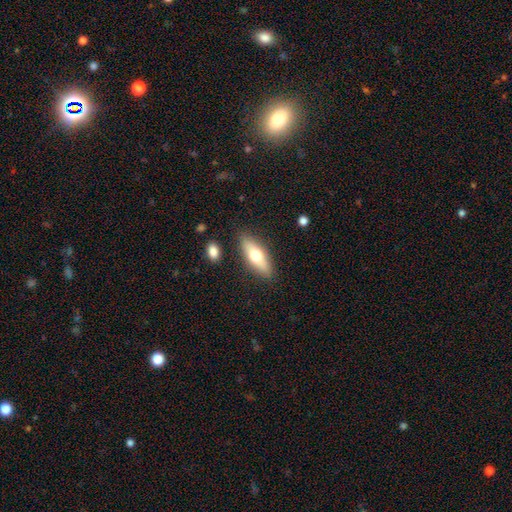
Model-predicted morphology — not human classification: Smooth or featured? smooth (58%)
How rounded? in between (57%)
Merging? none (85%)